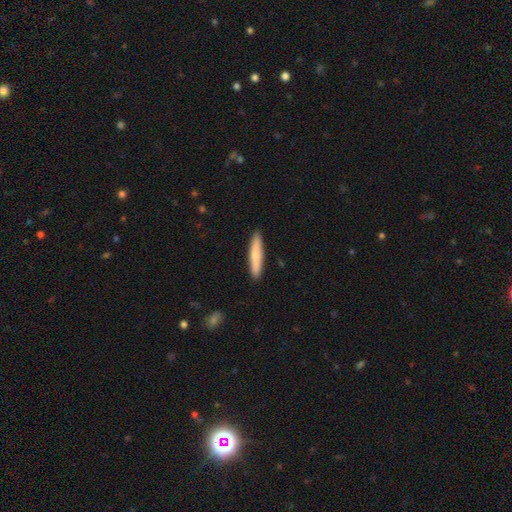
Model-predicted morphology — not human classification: Smooth or featured? Predicted: smooth (p=0.77). How rounded? Predicted: cigar-shaped (p=0.90). Merging? Predicted: none (p=0.91).